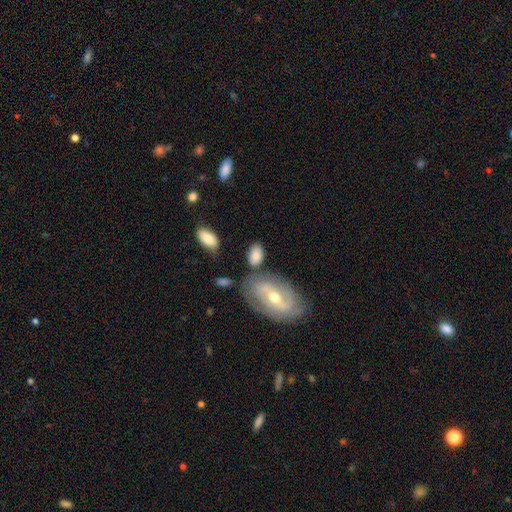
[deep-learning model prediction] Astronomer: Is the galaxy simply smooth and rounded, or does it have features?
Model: smooth — 74%.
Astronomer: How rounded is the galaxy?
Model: in between — 90%.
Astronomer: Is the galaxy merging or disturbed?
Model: none — 64%.